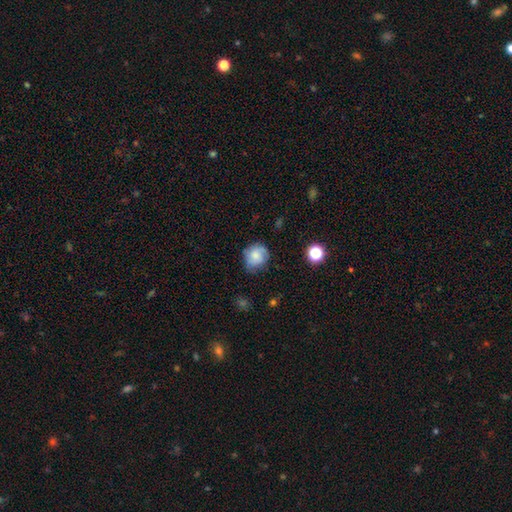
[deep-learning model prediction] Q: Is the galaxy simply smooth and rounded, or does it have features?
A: smooth — 69%.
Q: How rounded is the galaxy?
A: round — 78%.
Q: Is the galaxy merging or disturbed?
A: none — 68%.